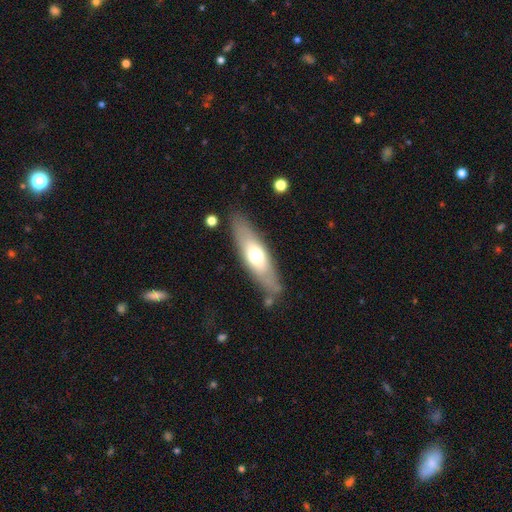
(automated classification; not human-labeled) Q: Smooth or featured?
A: smooth (53%); runner-up: featured or disk (41%)
Q: How rounded?
A: cigar-shaped (55%); runner-up: in between (43%)
Q: Merging?
A: none (81%); runner-up: minor disturbance (12%)